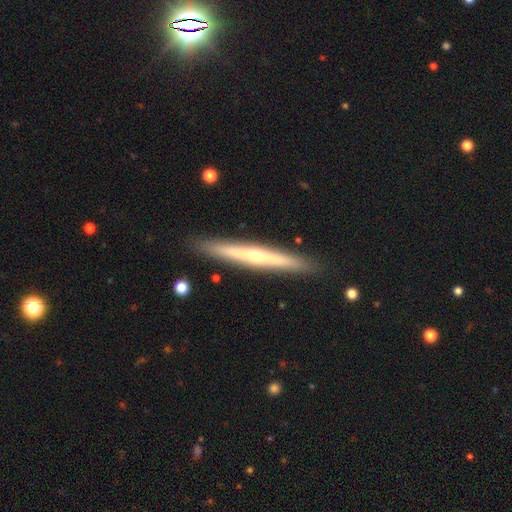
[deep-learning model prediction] featured or disk 66%, smooth 28%, star or artifact 6%. Down the decision tree: edge-on disk — yes (96%); edge-on bulge — rounded (78%); merging — none (90%).